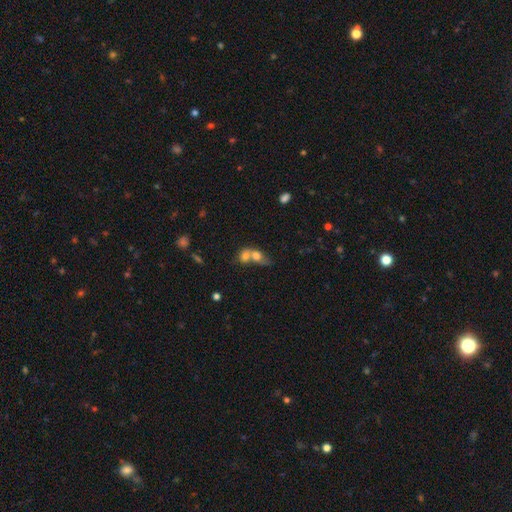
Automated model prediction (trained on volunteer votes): This is likely a smooth galaxy (68%). How rounded: possibly round (49%). Merging: likely merger (78%).